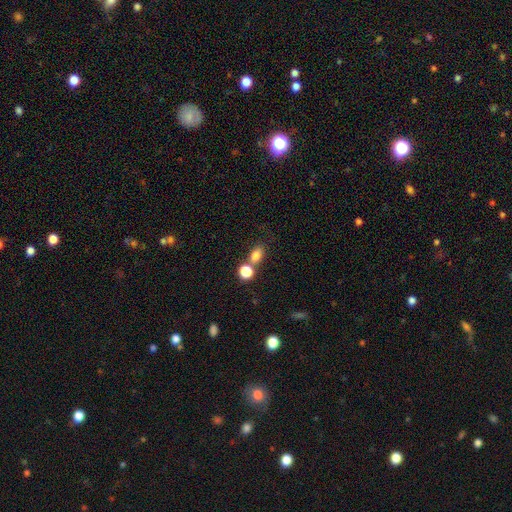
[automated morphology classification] smooth-or-featured: smooth: 80% | star or artifact: 12% | featured or disk: 8%
  how-rounded: in between: 67% | round: 31% | cigar-shaped: 2%
  merging: none: 52% | merger: 33% | minor disturbance: 10% | major disturbance: 4%